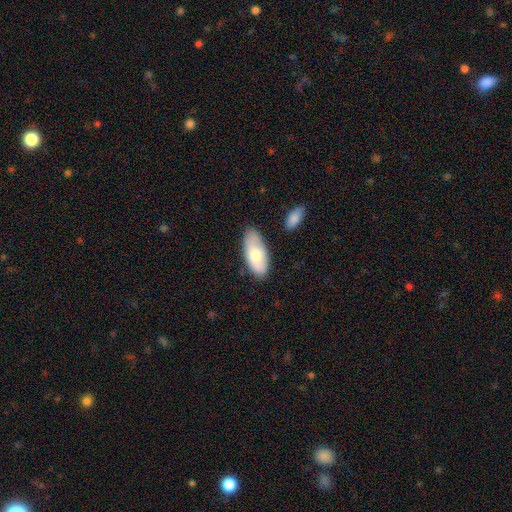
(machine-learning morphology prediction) smooth_or_featured: smooth (p=0.69) [alt: featured or disk p=0.25]
how_rounded: in between (p=0.90) [alt: cigar-shaped p=0.08]
merging: none (p=0.74) [alt: minor disturbance p=0.18]